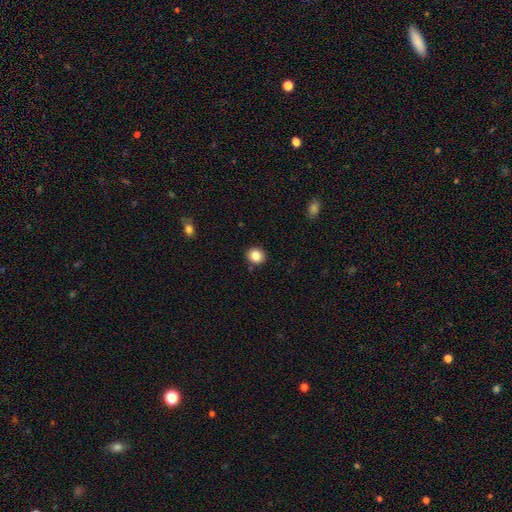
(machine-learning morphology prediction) A smooth galaxy with no disk features (85%) that is round (81%). Merging: none (89%).